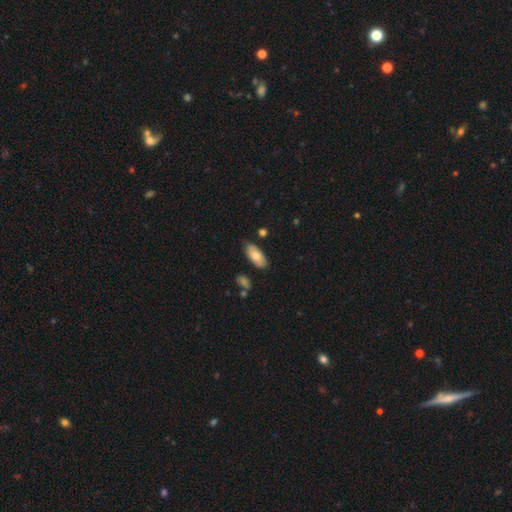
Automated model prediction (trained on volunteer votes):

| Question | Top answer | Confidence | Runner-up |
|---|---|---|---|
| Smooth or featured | smooth | 71% | featured or disk (23%) |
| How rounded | in between | 90% | cigar-shaped (7%) |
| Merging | none | 82% | minor disturbance (13%) |